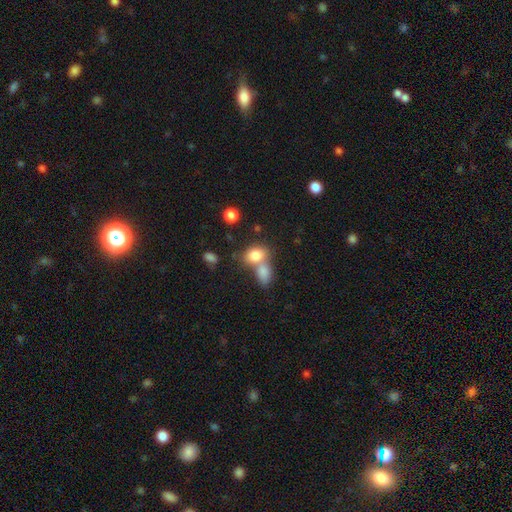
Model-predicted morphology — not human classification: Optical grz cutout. It shows a smooth galaxy with no disk features (80%) that is in between round and cigar-shaped (73%). Merging: merger (55%).